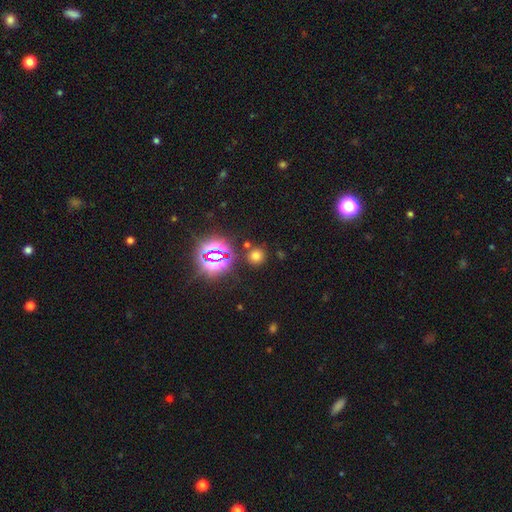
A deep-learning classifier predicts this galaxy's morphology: This is likely a smooth galaxy (63%). How rounded: clearly round (90%). Merging: clearly none (84%).